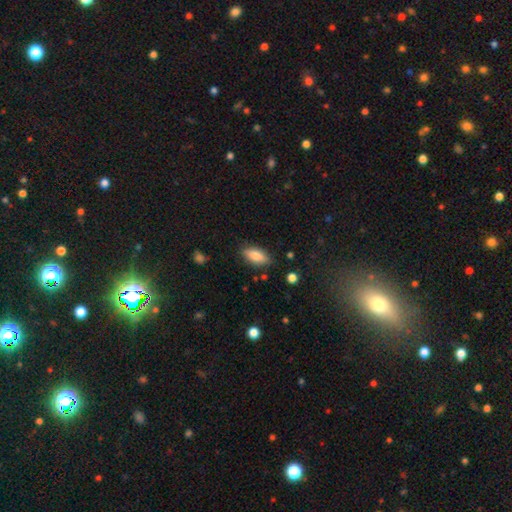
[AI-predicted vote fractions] A smooth galaxy with no disk features (80%) that is in between round and cigar-shaped (83%). Merging: none (82%).